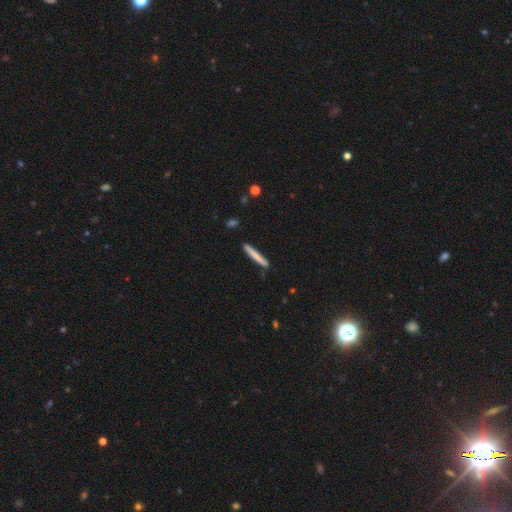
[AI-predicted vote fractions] The model was most divided on "smooth or featured": smooth: 73%, featured or disk: 21%, star or artifact: 6%. More confident: how rounded — cigar-shaped (96%); merging — none (87%).